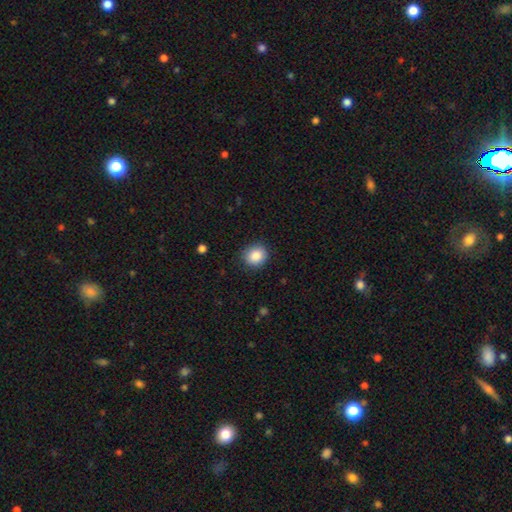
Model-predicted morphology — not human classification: The model was most divided on "how rounded": round: 80%, in between: 19%, cigar-shaped: 1%. More confident: merging — none (88%); smooth or featured — smooth (87%).